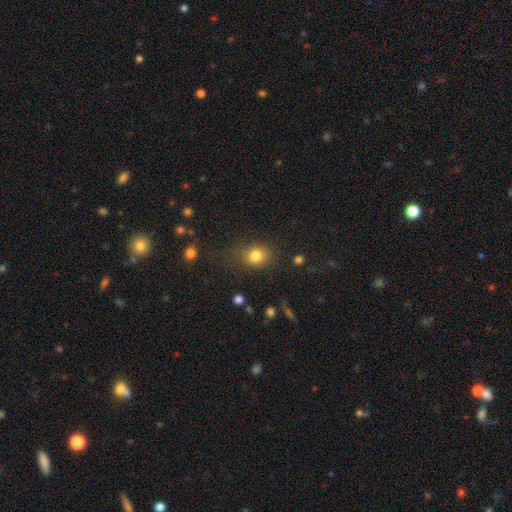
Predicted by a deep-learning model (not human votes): Smooth or featured?
  - smooth: 81% *
  - star or artifact: 13%
  - featured or disk: 7%
How rounded?
  - round: 66% *
  - in between: 32%
  - cigar-shaped: 1%
Merging?
  - none: 71% *
  - minor disturbance: 18%
  - major disturbance: 8%
  - merger: 3%